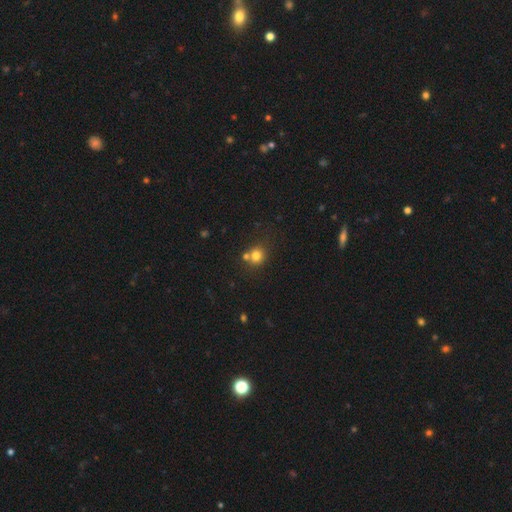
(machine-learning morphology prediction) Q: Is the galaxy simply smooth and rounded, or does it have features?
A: smooth — 77%.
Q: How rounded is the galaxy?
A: round — 84%.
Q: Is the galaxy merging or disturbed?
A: none — 61%.